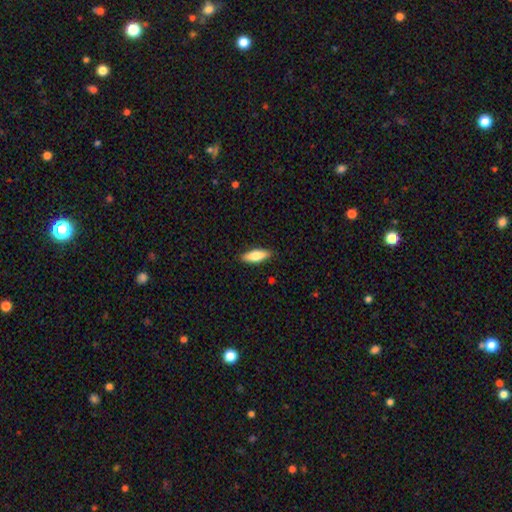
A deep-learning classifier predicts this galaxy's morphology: Smooth or featured: smooth — 76% (featured or disk — 18%)
How rounded: in between — 61% (cigar-shaped — 37%)
Merging: none — 88% (minor disturbance — 9%)